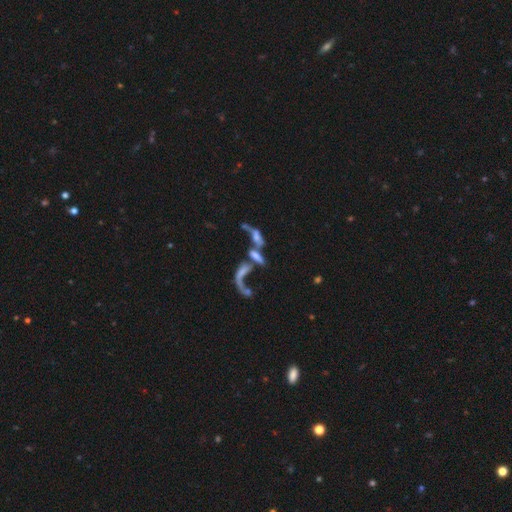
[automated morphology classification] The model was most divided on "smooth or featured": featured or disk: 58%, smooth: 29%, star or artifact: 13%. More confident: edge-on disk — no (86%); merging — merger (64%).